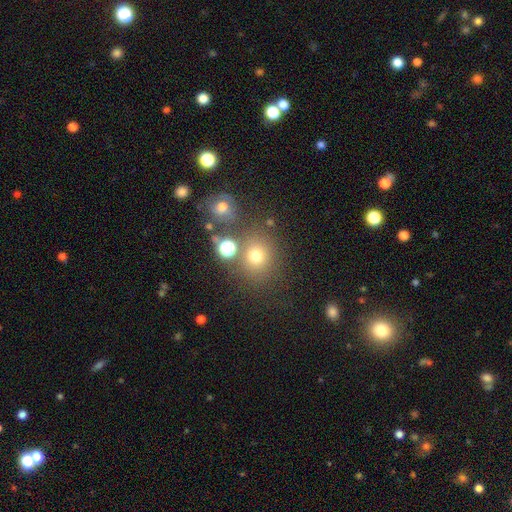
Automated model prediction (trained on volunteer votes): This appears to be a smooth galaxy with no disk features (70%) that is round (82%). Merging: none (71%).